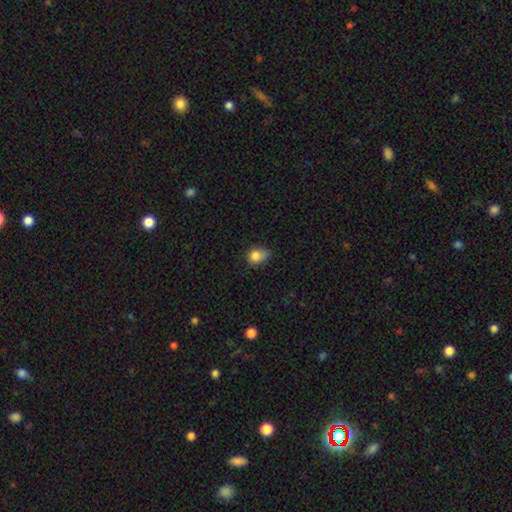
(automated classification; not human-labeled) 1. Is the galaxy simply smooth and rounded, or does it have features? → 83% smooth, 10% star or artifact, 7% featured or disk.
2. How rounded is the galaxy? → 52% in between, 46% round, 1% cigar-shaped.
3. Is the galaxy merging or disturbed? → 45% minor disturbance, 39% none, 13% major disturbance, 3% merger.